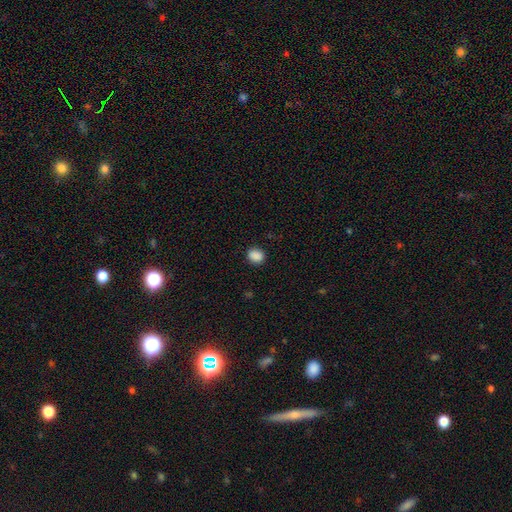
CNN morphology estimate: smooth_or_featured: smooth (p=0.89) [alt: star or artifact p=0.09]
how_rounded: round (p=0.61) [alt: in between p=0.38]
merging: none (p=0.89) [alt: minor disturbance p=0.08]